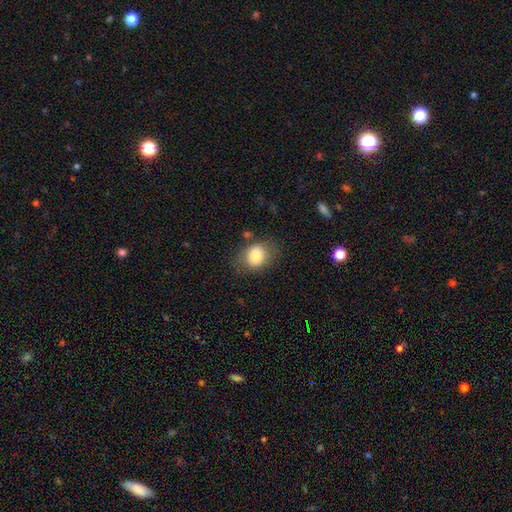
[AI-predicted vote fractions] Q: Smooth or featured?
A: smooth (79%); runner-up: featured or disk (12%)
Q: How rounded?
A: in between (51%); runner-up: round (48%)
Q: Merging?
A: none (73%); runner-up: minor disturbance (17%)